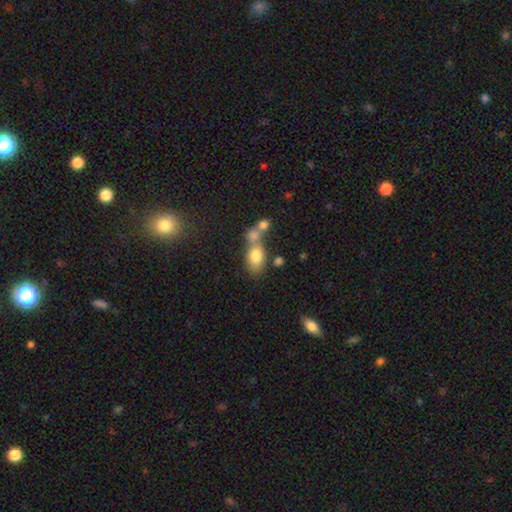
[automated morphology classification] Smooth or featured? smooth (76%)
How rounded? in between (77%)
Merging? merger (53%)